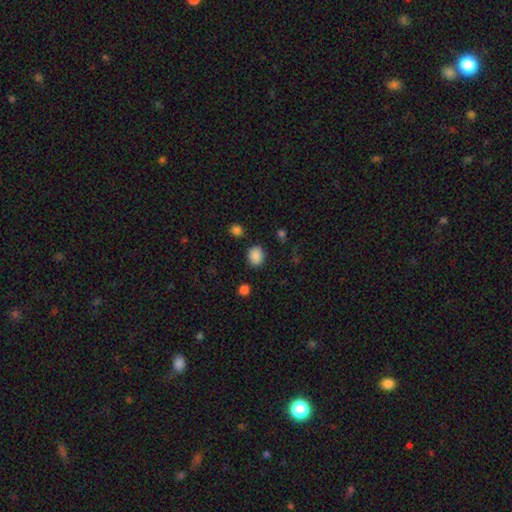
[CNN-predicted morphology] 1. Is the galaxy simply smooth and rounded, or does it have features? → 86% smooth, 10% star or artifact, 3% featured or disk.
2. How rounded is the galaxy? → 63% round, 37% in between, 1% cigar-shaped.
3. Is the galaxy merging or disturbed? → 83% none, 11% minor disturbance, 3% major disturbance, 3% merger.